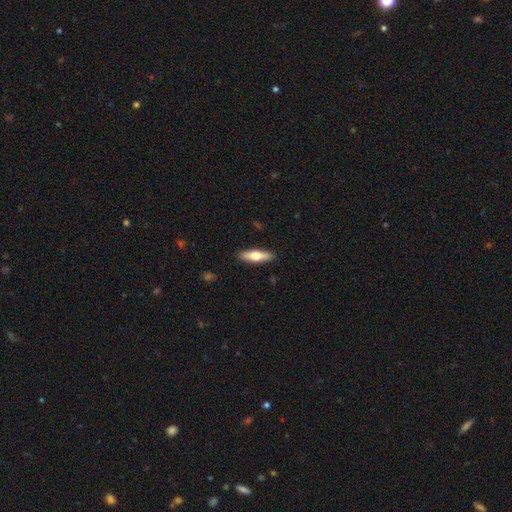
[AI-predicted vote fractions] Smooth or featured?
  - smooth: 61% *
  - featured or disk: 34%
  - star or artifact: 5%
How rounded?
  - cigar-shaped: 60% *
  - in between: 37%
  - round: 2%
Merging?
  - none: 90% *
  - minor disturbance: 7%
  - major disturbance: 2%
  - merger: 1%